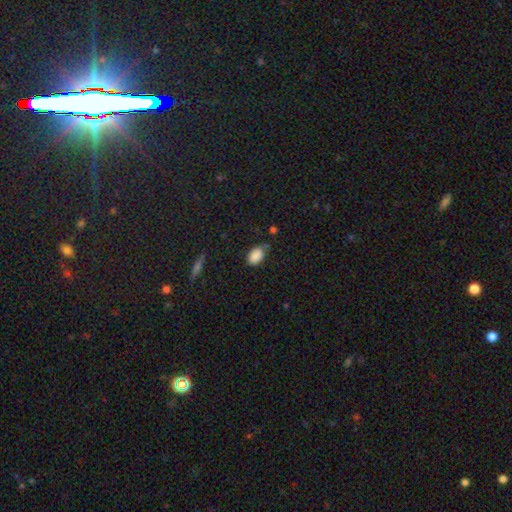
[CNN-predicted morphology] Smooth or featured?
  - smooth: 87% *
  - star or artifact: 8%
  - featured or disk: 5%
How rounded?
  - in between: 87% *
  - round: 11%
  - cigar-shaped: 2%
Merging?
  - none: 67% *
  - minor disturbance: 24%
  - major disturbance: 5%
  - merger: 4%